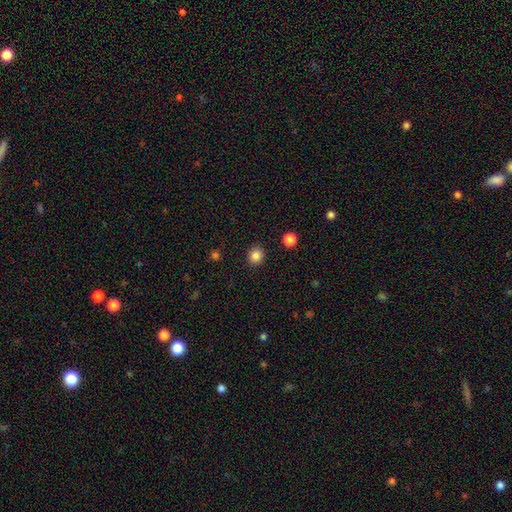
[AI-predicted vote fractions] Smooth or featured? smooth (85%)
How rounded? round (85%)
Merging? none (91%)